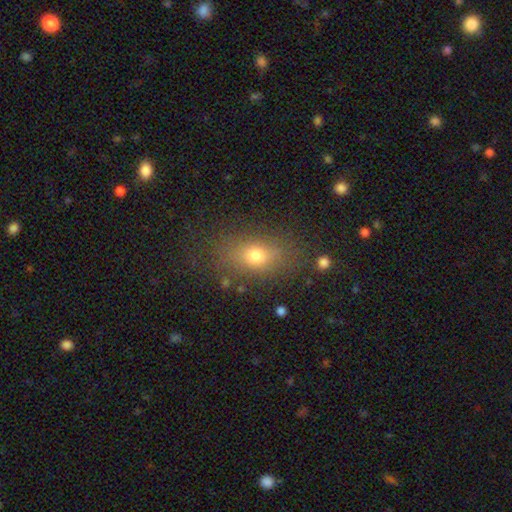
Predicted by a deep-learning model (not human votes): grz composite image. It shows a smooth galaxy with no disk features (72%) that is in between round and cigar-shaped (73%). Merging: none (78%).